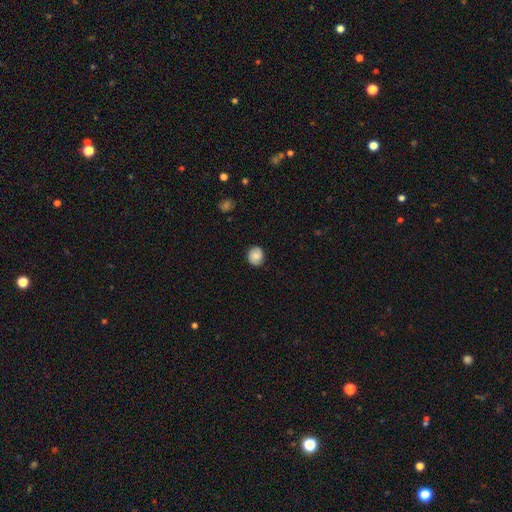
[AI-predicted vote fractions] Smooth or featured?
  - smooth: 81% *
  - featured or disk: 10%
  - star or artifact: 8%
How rounded?
  - round: 76% *
  - in between: 24%
  - cigar-shaped: 1%
Merging?
  - none: 85% *
  - minor disturbance: 11%
  - major disturbance: 2%
  - merger: 1%